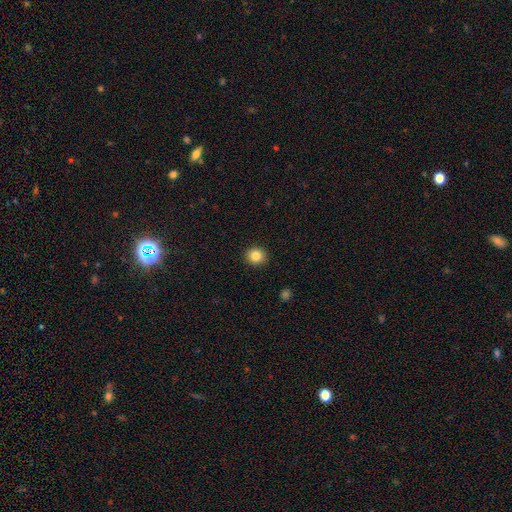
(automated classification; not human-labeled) A smooth galaxy with no disk features (84%) that is round (90%).

Vote fractions:
- Smooth or featured? smooth: 84% / star or artifact: 10% / featured or disk: 6%
- How rounded? round: 90% / in between: 9% / cigar-shaped: 1%
- Merging? none: 92% / minor disturbance: 5% / major disturbance: 2% / merger: 1%